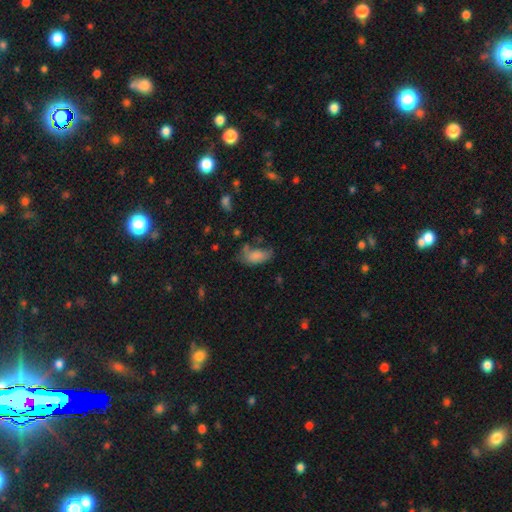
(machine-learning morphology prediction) Smooth or featured?
  - smooth: 79% *
  - featured or disk: 12%
  - star or artifact: 9%
How rounded?
  - in between: 91% *
  - cigar-shaped: 5%
  - round: 4%
Merging?
  - none: 41% *
  - minor disturbance: 31%
  - major disturbance: 20%
  - merger: 8%